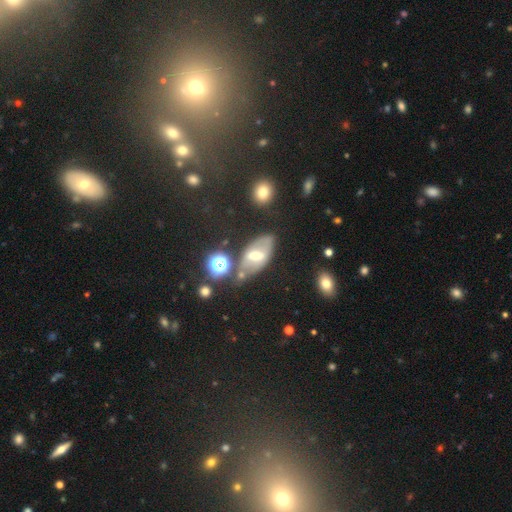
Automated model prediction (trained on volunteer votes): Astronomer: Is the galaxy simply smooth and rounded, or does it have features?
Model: featured or disk — 53% (runner-up: smooth, 33%).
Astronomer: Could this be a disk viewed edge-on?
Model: no — 82%.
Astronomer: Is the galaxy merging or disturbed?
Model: none — 61%.